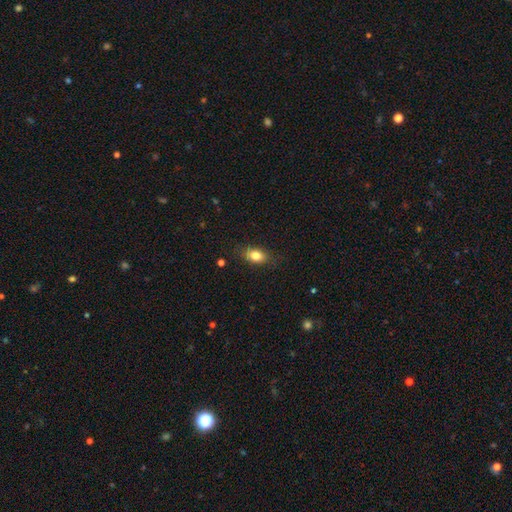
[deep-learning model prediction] A smooth galaxy with no disk features (82%) that is in between round and cigar-shaped (84%). Merging: none (83%).